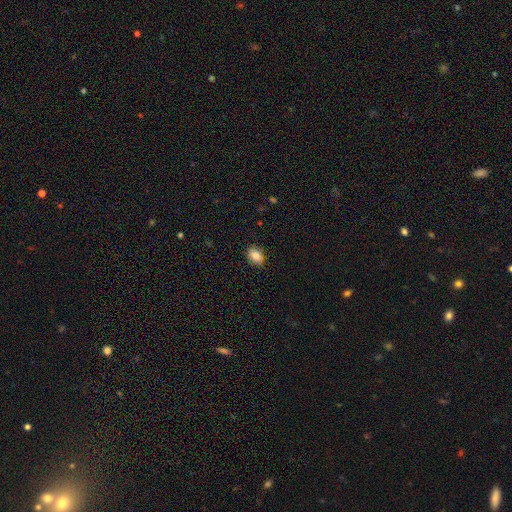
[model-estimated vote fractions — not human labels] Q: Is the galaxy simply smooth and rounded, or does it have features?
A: smooth — 80%.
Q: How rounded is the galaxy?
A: in between — 77%.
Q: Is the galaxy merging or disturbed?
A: none — 80%.